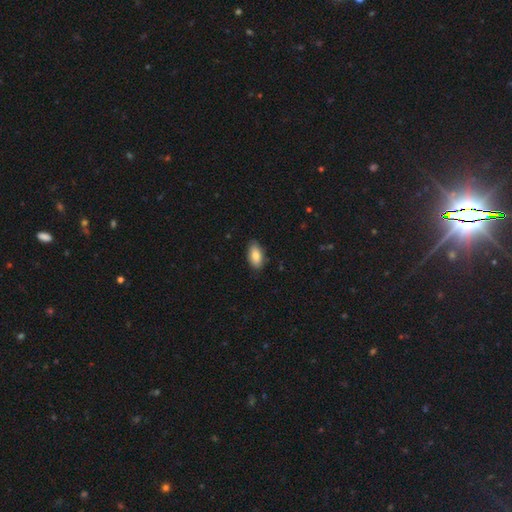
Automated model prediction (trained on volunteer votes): The model was most divided on "merging": none: 83%, minor disturbance: 14%, major disturbance: 2%, merger: 1%. More confident: how rounded — in between (93%); smooth or featured — smooth (85%).